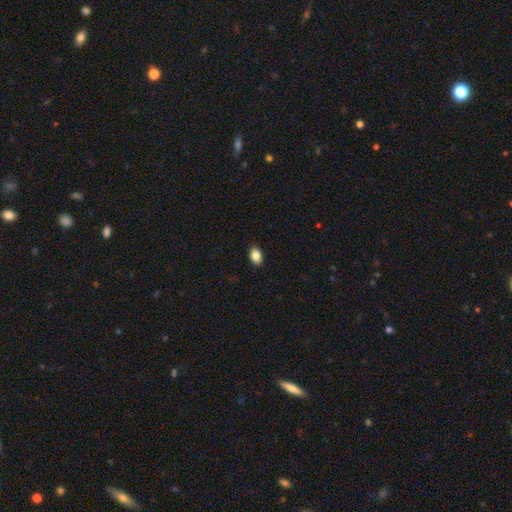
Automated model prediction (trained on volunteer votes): Smooth or featured?
  - smooth: 87% *
  - star or artifact: 8%
  - featured or disk: 5%
How rounded?
  - in between: 86% *
  - round: 13%
  - cigar-shaped: 1%
Merging?
  - none: 90% *
  - minor disturbance: 7%
  - major disturbance: 2%
  - merger: 1%